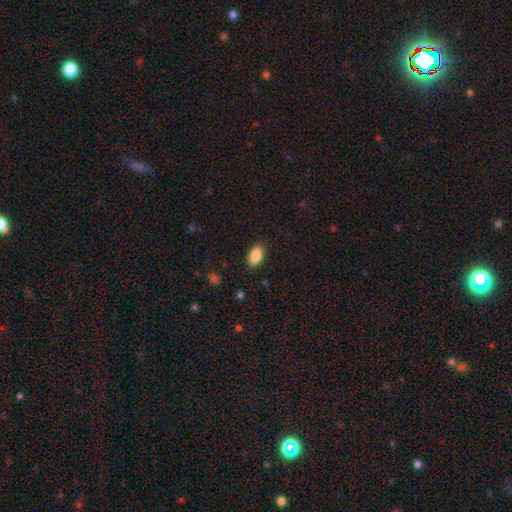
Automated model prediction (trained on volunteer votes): Smooth or featured: smooth — 89% (star or artifact — 7%)
How rounded: in between — 92% (round — 6%)
Merging: none — 87% (minor disturbance — 9%)